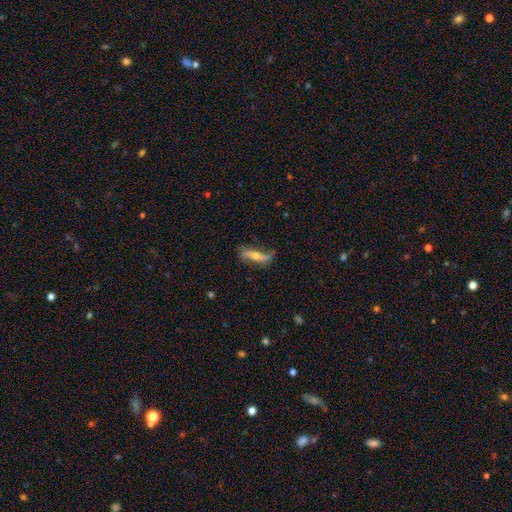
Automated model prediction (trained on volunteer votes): This appears to be a featured or disk galaxy (65%). Merging: none (61%).